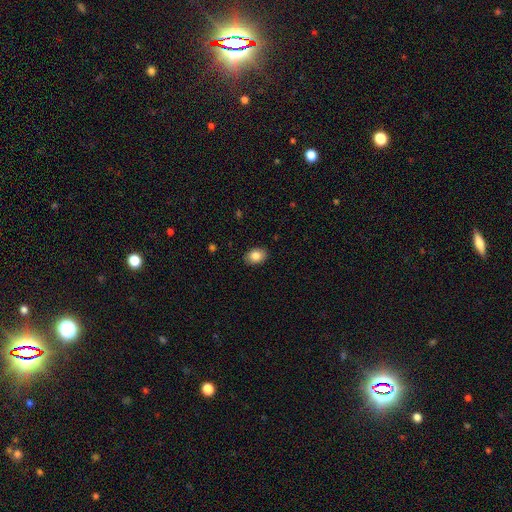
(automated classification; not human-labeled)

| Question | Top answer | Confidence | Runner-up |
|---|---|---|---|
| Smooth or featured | smooth | 85% | star or artifact (8%) |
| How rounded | in between | 73% | round (26%) |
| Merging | none | 88% | minor disturbance (9%) |